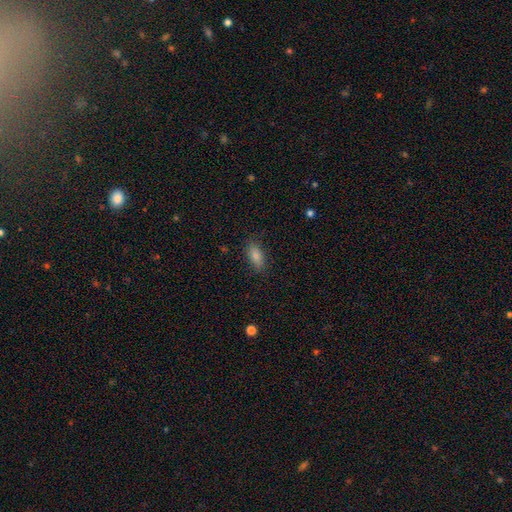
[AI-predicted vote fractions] A smooth galaxy with no disk features (84%) that is in between round and cigar-shaped (85%). Merging: none (83%).